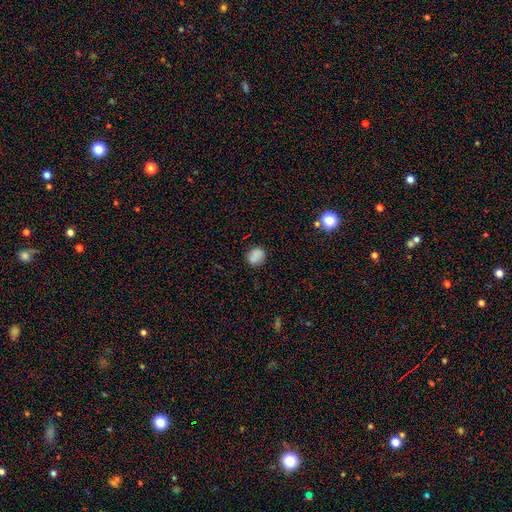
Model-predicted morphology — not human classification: Smooth or featured? Predicted: smooth (p=0.81). How rounded? Predicted: round (p=0.68). Merging? Predicted: none (p=0.83).